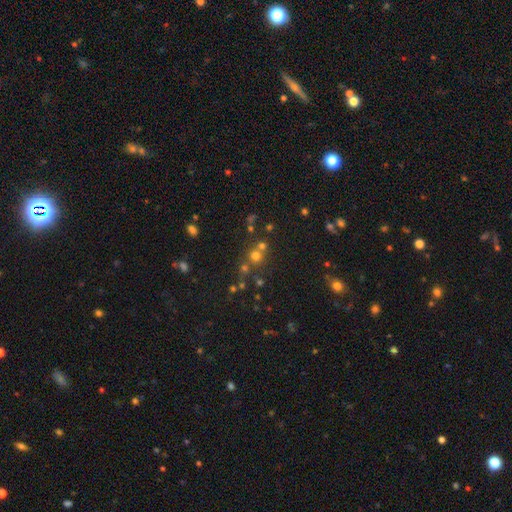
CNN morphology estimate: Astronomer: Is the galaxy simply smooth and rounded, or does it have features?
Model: smooth — 60%.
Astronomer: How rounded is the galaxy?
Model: round — 89%.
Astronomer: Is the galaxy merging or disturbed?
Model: none — 60%.